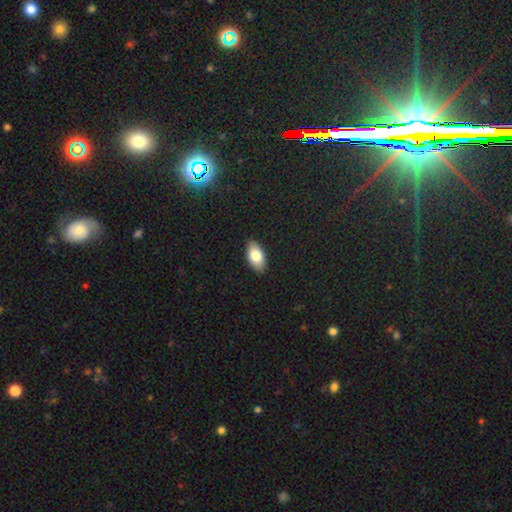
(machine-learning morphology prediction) type=smooth (81%); roundness=in between (94%); merging=none (88%).